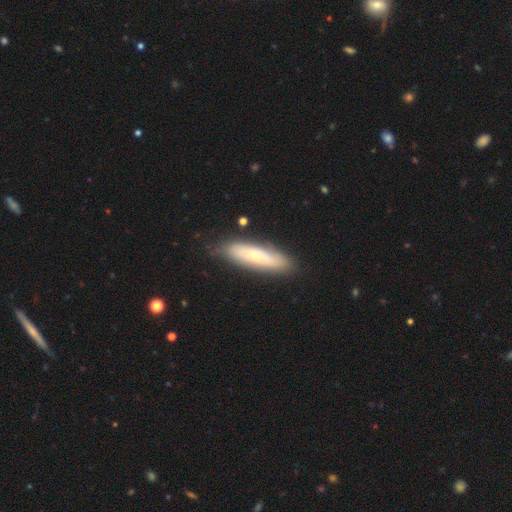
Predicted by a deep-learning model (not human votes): smooth_or_featured: smooth (p=0.55) [alt: featured or disk p=0.39]
how_rounded: cigar-shaped (p=0.65) [alt: in between p=0.33]
merging: none (p=0.80) [alt: minor disturbance p=0.15]